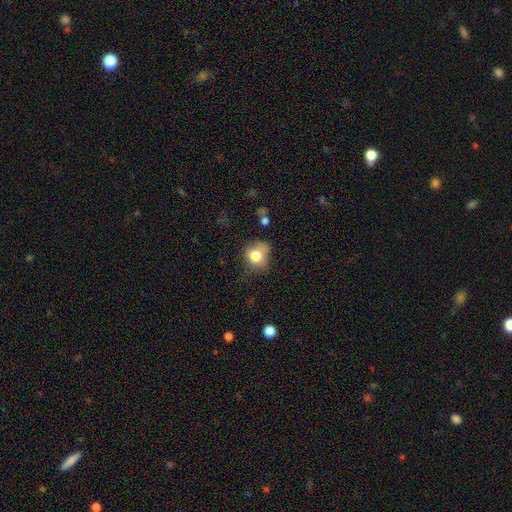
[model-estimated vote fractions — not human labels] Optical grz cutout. It shows a smooth galaxy with no disk features (77%) that is round (70%). Merging: none (52%).